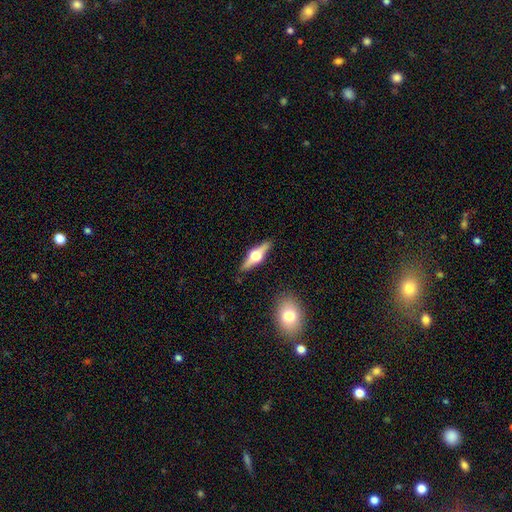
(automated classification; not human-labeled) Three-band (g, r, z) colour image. It shows a featured or disk galaxy (74%) viewed edge-on (97%) with a rounded central bulge (95%). Merging: none (88%).